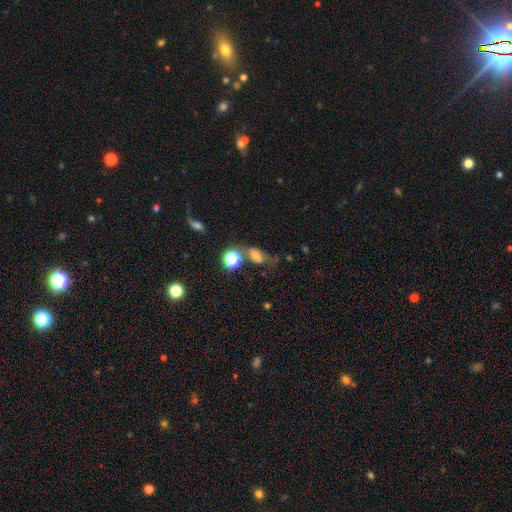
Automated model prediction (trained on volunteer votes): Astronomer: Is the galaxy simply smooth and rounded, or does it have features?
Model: smooth — 60%.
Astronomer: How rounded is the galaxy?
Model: in between — 72%.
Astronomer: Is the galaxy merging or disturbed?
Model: none — 43% (runner-up: minor disturbance, 23%).